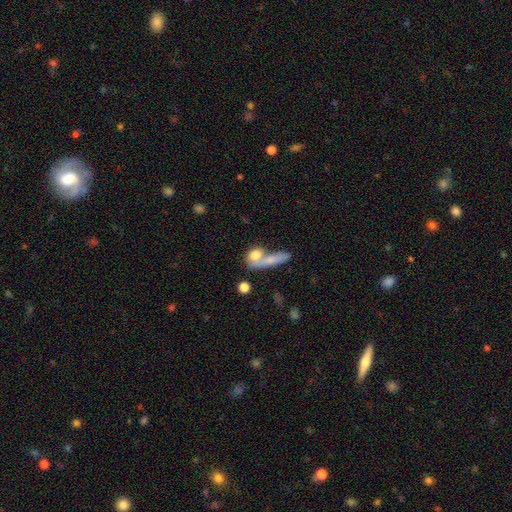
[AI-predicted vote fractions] Smooth or featured?
  - smooth: 73% *
  - featured or disk: 19%
  - star or artifact: 8%
How rounded?
  - in between: 50% *
  - round: 28%
  - cigar-shaped: 22%
Merging?
  - merger: 48% *
  - none: 34%
  - minor disturbance: 10%
  - major disturbance: 8%